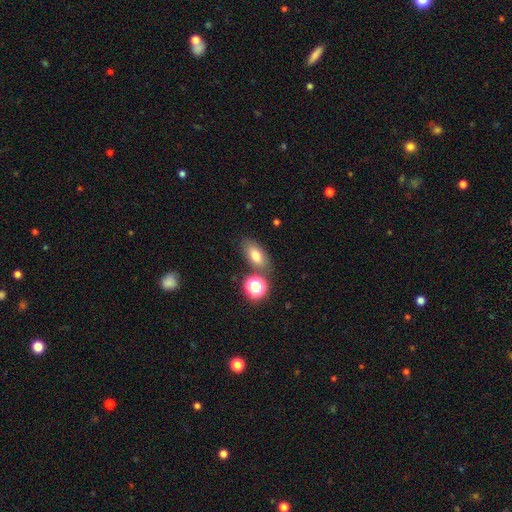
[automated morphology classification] The model was most divided on "merging": none: 72%, minor disturbance: 13%, merger: 10%, major disturbance: 4%. More confident: how rounded — in between (81%); smooth or featured — smooth (74%).